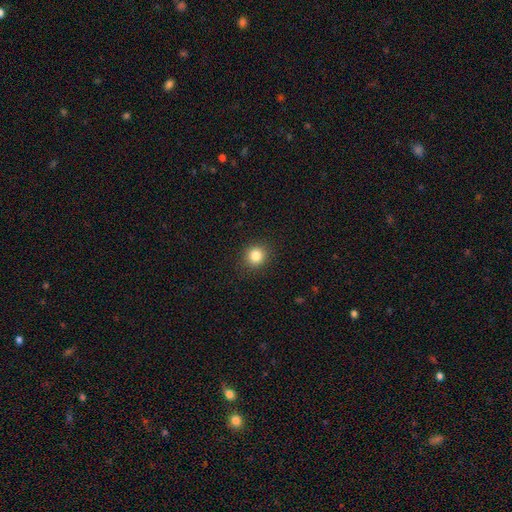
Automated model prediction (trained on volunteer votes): This appears to be a smooth galaxy with no disk features (84%) that is round (87%). Merging: none (90%).